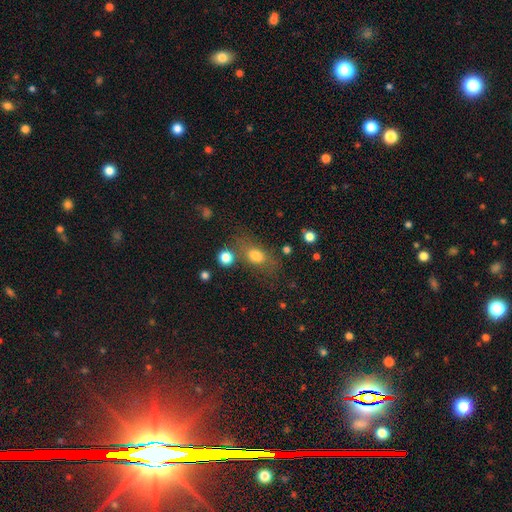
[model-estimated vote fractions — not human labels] Smooth or featured?
  - smooth: 74% *
  - featured or disk: 13%
  - star or artifact: 12%
How rounded?
  - in between: 70% *
  - round: 22%
  - cigar-shaped: 8%
Merging?
  - none: 63% *
  - minor disturbance: 17%
  - merger: 11%
  - major disturbance: 9%